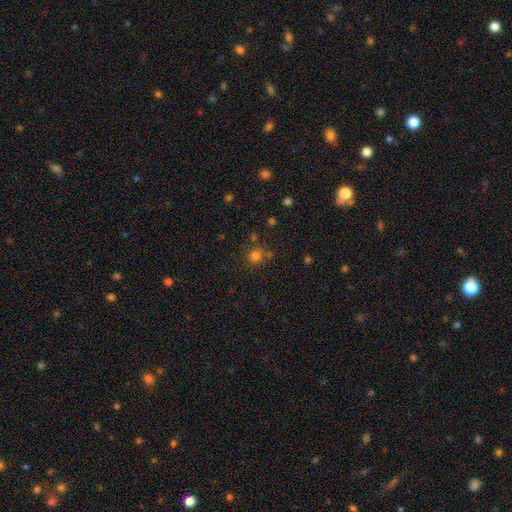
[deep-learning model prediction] This is likely a smooth galaxy (77%). How rounded: clearly round (91%). Merging: likely none (76%).